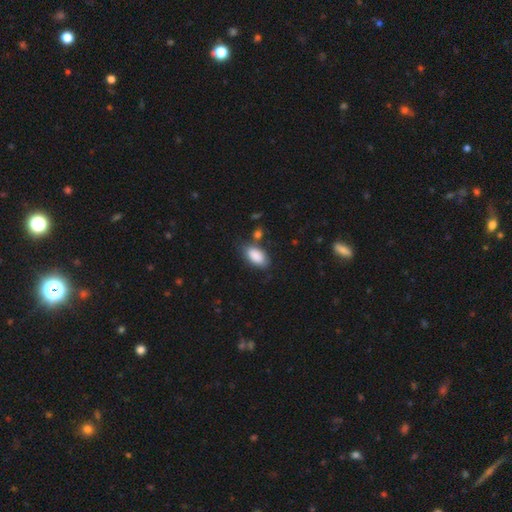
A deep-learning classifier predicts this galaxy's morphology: This is clearly a smooth galaxy (88%). How rounded: clearly in between (93%). Merging: likely none (71%).